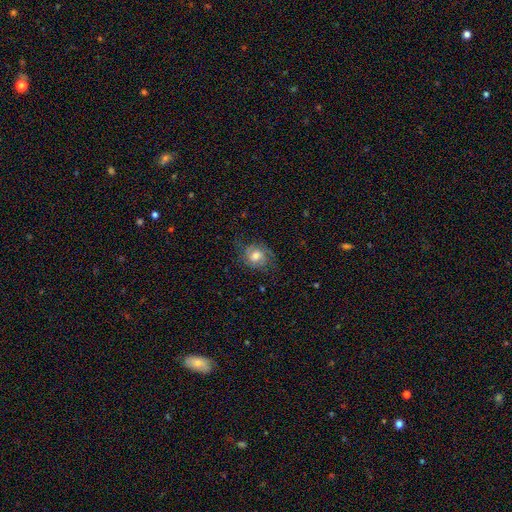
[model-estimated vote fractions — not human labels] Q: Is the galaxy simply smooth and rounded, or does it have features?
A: featured or disk — 46%.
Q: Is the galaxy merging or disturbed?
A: none — 63%.